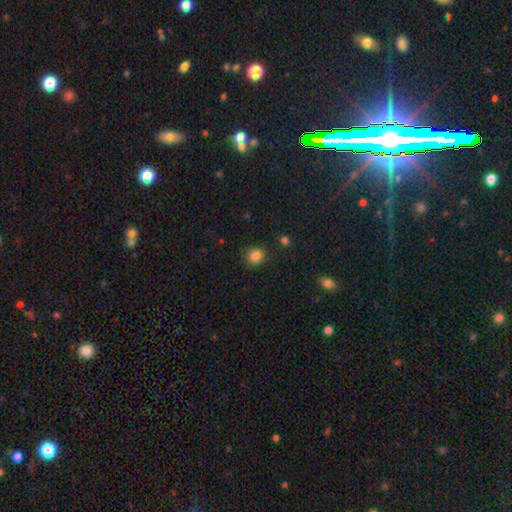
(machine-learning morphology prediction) A smooth galaxy with no disk features (82%) that is round (69%). Merging: none (73%).